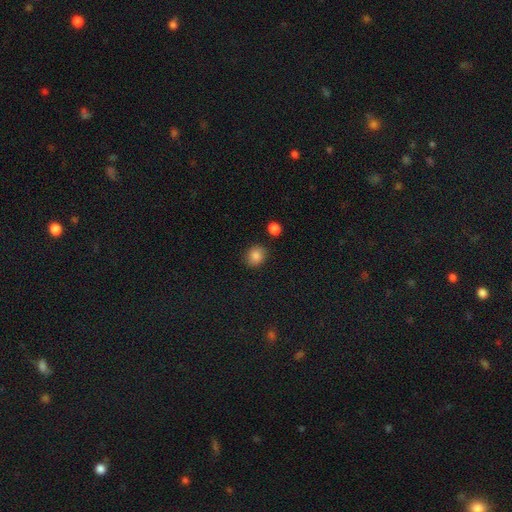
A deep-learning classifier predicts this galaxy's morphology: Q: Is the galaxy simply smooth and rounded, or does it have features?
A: smooth — 84%.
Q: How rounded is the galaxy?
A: round — 75%.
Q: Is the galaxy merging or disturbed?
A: none — 84%.